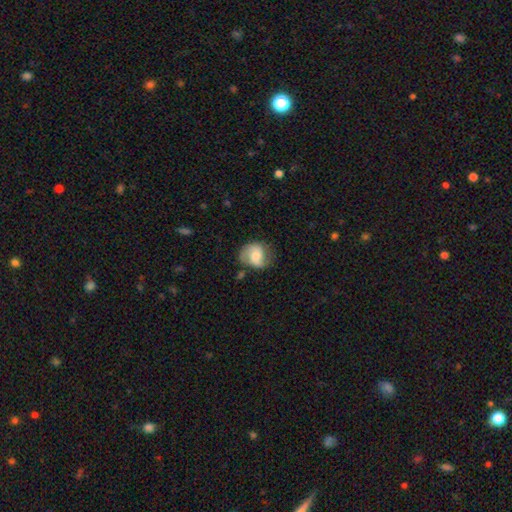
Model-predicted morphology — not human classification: Overall: smooth (49%; featured or disk 44%). Merging: none (58%; minor disturbance 27%).